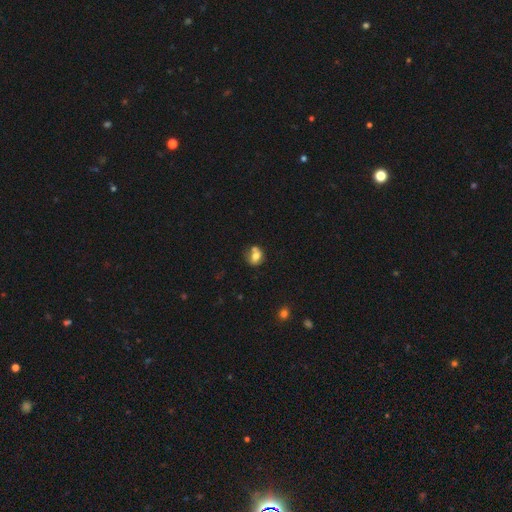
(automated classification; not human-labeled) The model was most divided on "merging": none: 44%, merger: 33%, minor disturbance: 17%, major disturbance: 6%. More confident: smooth or featured — smooth (70%); how rounded — round (58%).